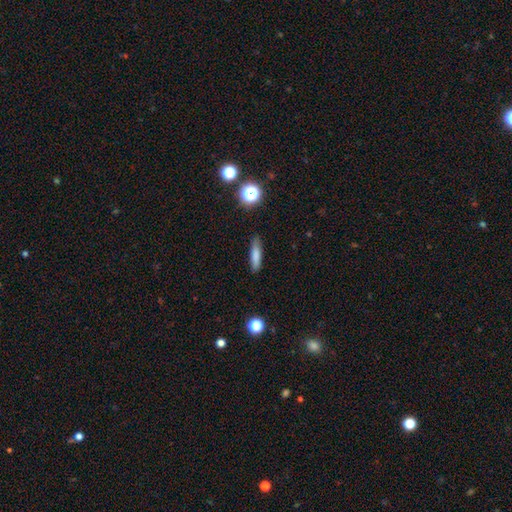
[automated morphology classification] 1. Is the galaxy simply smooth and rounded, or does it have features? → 78% smooth, 13% featured or disk, 9% star or artifact.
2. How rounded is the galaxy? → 76% cigar-shaped, 21% in between, 3% round.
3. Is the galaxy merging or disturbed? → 84% none, 12% minor disturbance, 3% major disturbance, 2% merger.